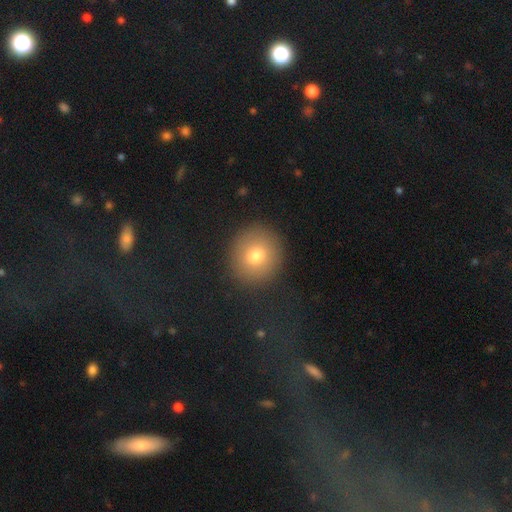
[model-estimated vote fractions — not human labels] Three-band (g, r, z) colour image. It shows a smooth galaxy with no disk features (76%) that is round (88%). Merging: none (90%).